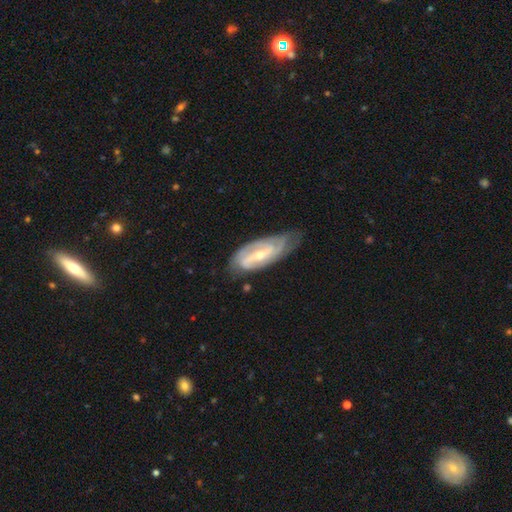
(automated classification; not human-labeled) Q: Smooth or featured?
A: featured or disk (73%); runner-up: smooth (19%)
Q: Edge-on disk?
A: no (86%); runner-up: yes (14%)
Q: Bar?
A: weak (42%); runner-up: no (35%)
Q: Spiral arms?
A: yes (86%); runner-up: no (14%)
Q: Spiral winding?
A: tight (52%); runner-up: medium (34%)
Q: Spiral arm count?
A: 2 (47%); runner-up: can't tell (35%)
Q: Bulge size?
A: small (54%); runner-up: moderate (41%)
Q: Merging?
A: none (66%); runner-up: minor disturbance (25%)